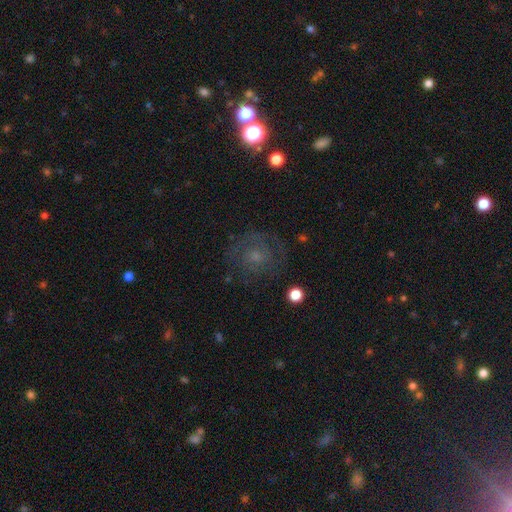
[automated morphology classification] The model was most divided on "bulge size": small: 50%, moderate: 33%, none: 11%, large: 4%, dominant: 2%. More confident: edge-on disk — no (97%); bar — no (78%); merging — none (73%); spiral arms — yes (73%); smooth or featured — featured or disk (53%).